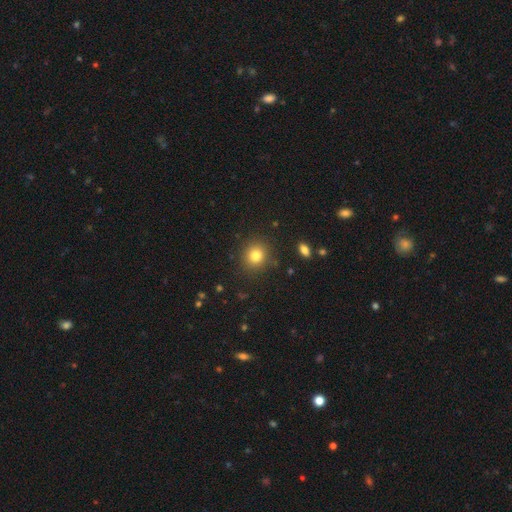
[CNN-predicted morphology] The model was most divided on "how rounded": round: 82%, in between: 17%, cigar-shaped: 1%. More confident: merging — none (87%); smooth or featured — smooth (81%).